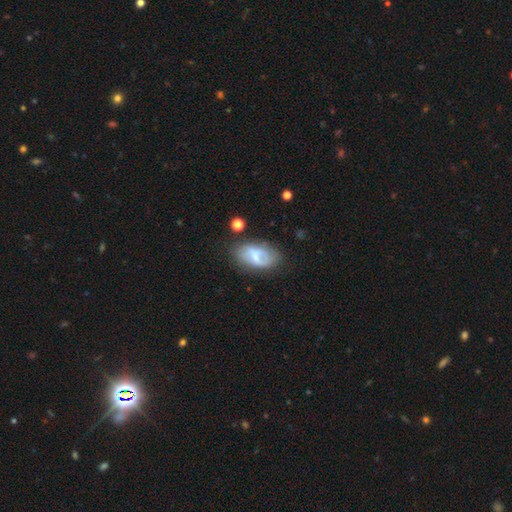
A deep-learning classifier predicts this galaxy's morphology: smooth 51%, featured or disk 41%, star or artifact 8%. Down the decision tree: how rounded — in between (91%); merging — none (63%).